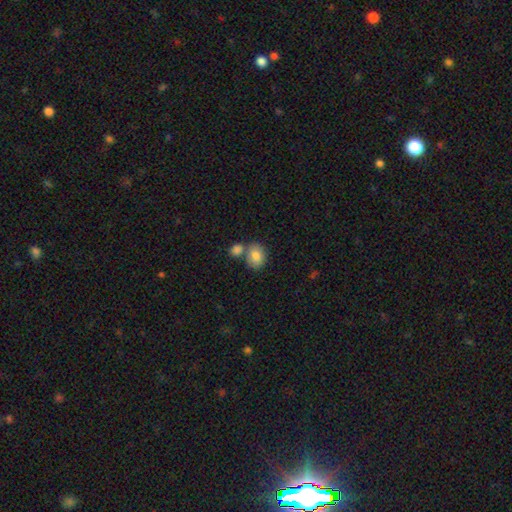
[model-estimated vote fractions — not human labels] The model was most divided on "how rounded": round: 50%, in between: 49%, cigar-shaped: 1%. More confident: smooth or featured — smooth (82%); merging — none (54%).